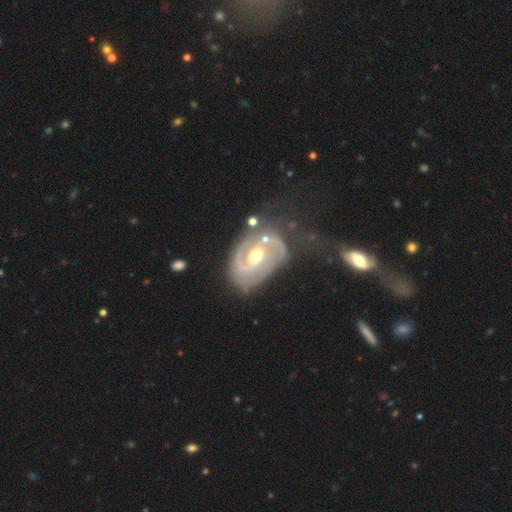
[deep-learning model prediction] This is clearly a featured or disk galaxy (87%). It is clearly not viewed edge-on (97%). Bar: marginally weak (42%). Spiral arm pattern: clearly yes (92%). Spiral arm count: likely 2 (70%). Spiral winding: possibly tight (47%). Central bulge: likely moderate (71%). Merging: possibly none (46%).